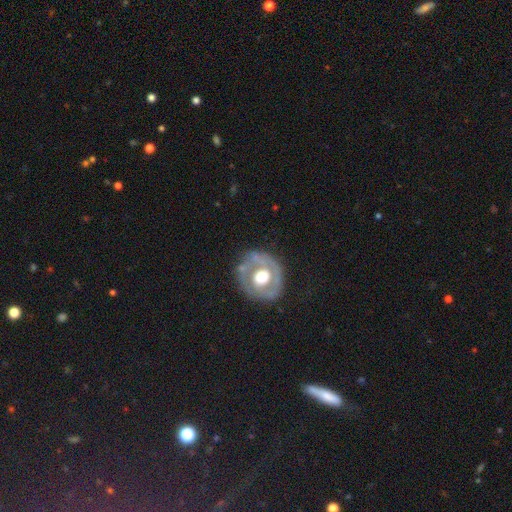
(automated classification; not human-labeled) Smooth or featured: featured or disk — 60% (smooth — 32%)
Edge-on disk: no — 93% (yes — 7%)
Bar: no — 75% (weak — 17%)
Spiral arms: no — 68% (yes — 32%)
Bulge size: moderate — 54% (large — 37%)
Merging: none — 74% (minor disturbance — 16%)